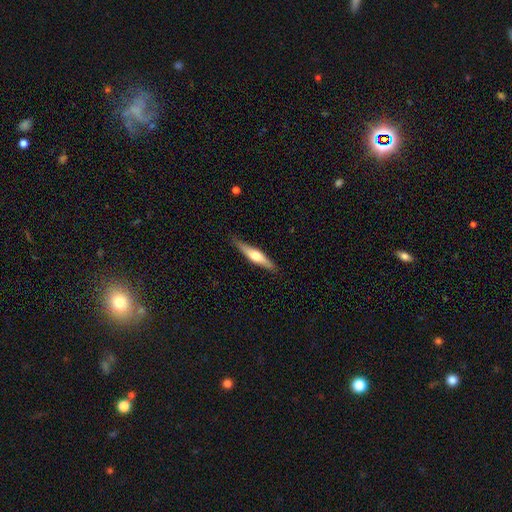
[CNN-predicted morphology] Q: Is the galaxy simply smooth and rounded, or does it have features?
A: featured or disk — 56%.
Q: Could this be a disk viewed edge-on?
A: yes — 93%.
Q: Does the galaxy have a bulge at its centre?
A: rounded — 92%.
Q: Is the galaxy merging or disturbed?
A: none — 86%.